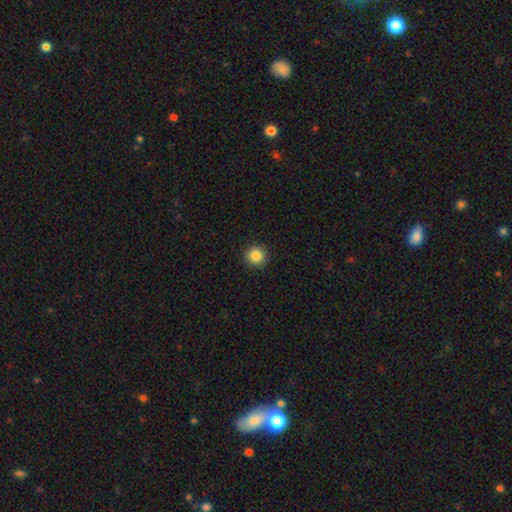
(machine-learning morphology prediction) Q: Smooth or featured?
A: smooth (85%); runner-up: star or artifact (10%)
Q: How rounded?
A: round (94%); runner-up: in between (5%)
Q: Merging?
A: none (92%); runner-up: minor disturbance (5%)